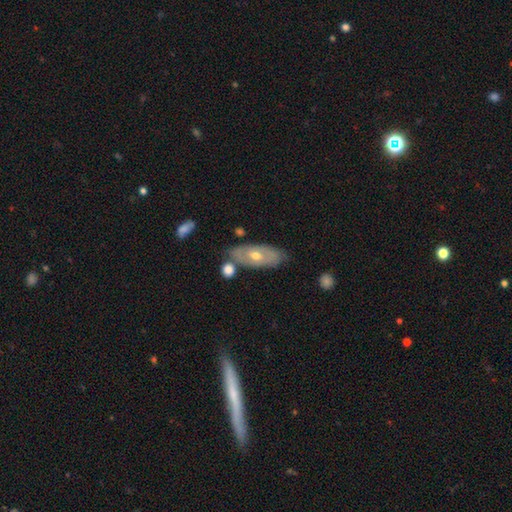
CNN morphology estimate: Smooth or featured? featured or disk (58%)
Edge-on disk? no (82%)
Merging? none (71%)